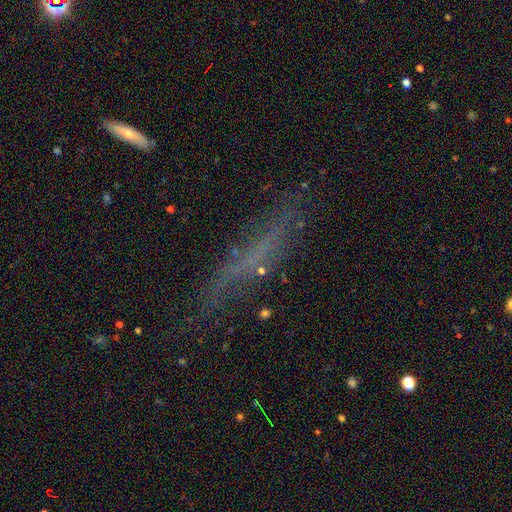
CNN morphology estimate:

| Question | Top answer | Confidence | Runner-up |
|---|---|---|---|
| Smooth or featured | featured or disk | 43% | smooth (38%) |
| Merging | none | 59% | minor disturbance (22%) |